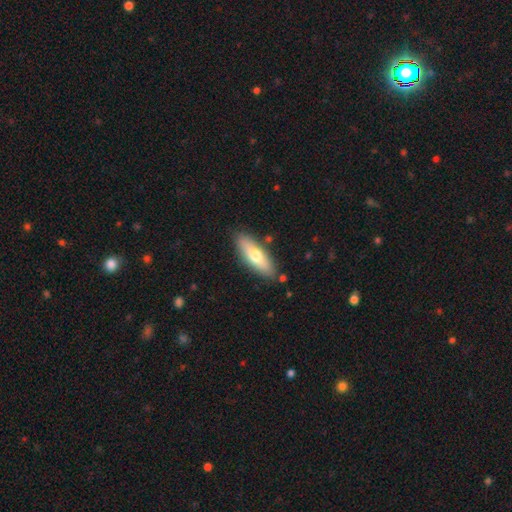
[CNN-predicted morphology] Q: Smooth or featured?
A: smooth (65%); runner-up: featured or disk (29%)
Q: How rounded?
A: in between (57%); runner-up: cigar-shaped (41%)
Q: Merging?
A: none (84%); runner-up: minor disturbance (11%)